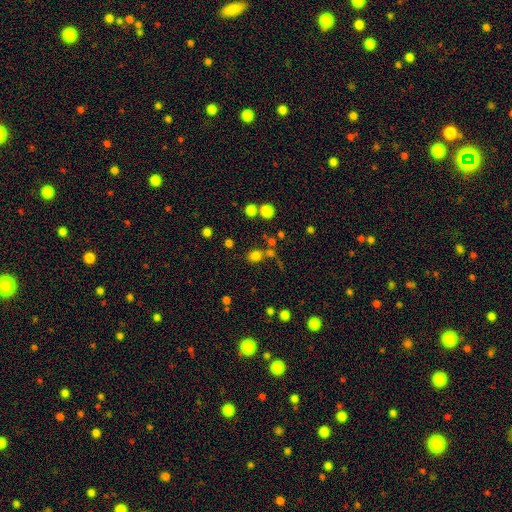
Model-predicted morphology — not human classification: Smooth or featured: smooth — 75% (star or artifact — 18%)
How rounded: round — 63% (in between — 35%)
Merging: none — 66% (merger — 17%)